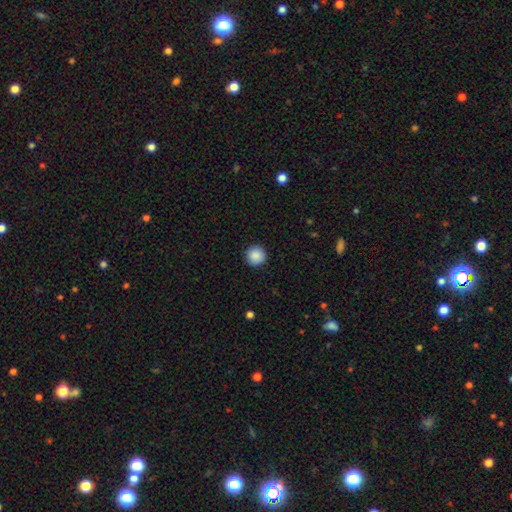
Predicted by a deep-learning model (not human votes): Q: Smooth or featured?
A: smooth (89%); runner-up: star or artifact (8%)
Q: How rounded?
A: round (96%); runner-up: in between (3%)
Q: Merging?
A: none (93%); runner-up: minor disturbance (5%)